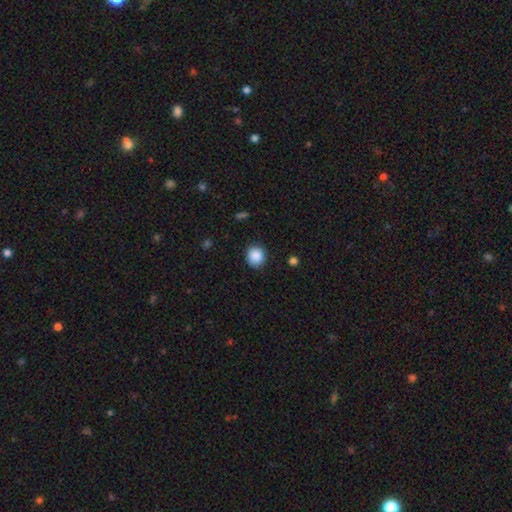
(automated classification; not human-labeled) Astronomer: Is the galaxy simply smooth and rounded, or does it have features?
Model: smooth — 88%.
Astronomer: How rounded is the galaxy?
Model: round — 87%.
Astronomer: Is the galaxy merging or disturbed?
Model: none — 87%.